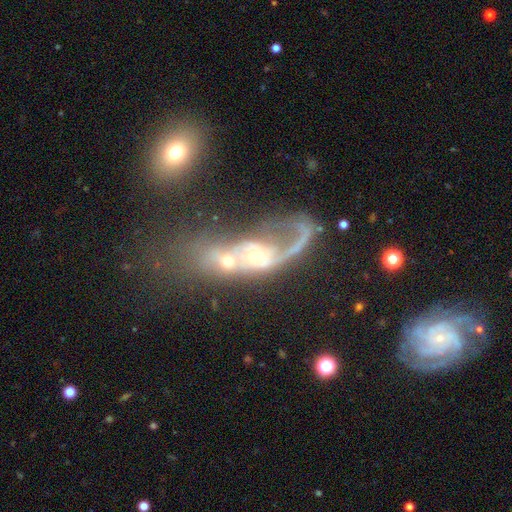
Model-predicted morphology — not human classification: A featured or disk galaxy (72%) with no bar (71%), spiral arms (72%) and a small central bulge (44%).

Vote fractions:
- Smooth or featured? featured or disk: 72% / smooth: 18% / star or artifact: 10%
- Edge-on disk? no: 92% / yes: 8%
- Bar? no: 71% / weak: 22% / strong: 7%
- Spiral arms? yes: 72% / no: 28%
- Bulge size? small: 44% / moderate: 43% / large: 6% / none: 5% / dominant: 2%
- Merging? merger: 52% / major disturbance: 27% / none: 14% / minor disturbance: 7%